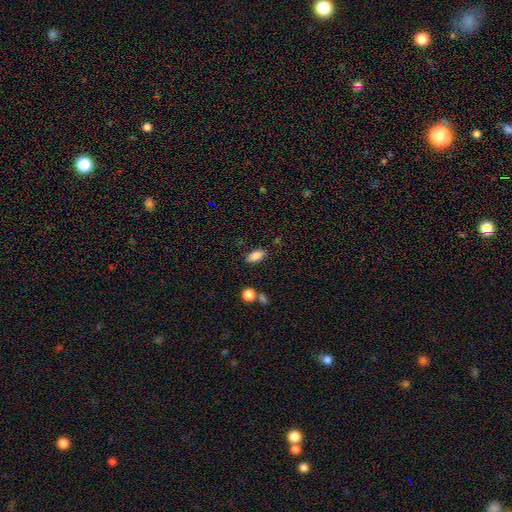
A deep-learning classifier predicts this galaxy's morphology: Smooth or featured? smooth (84%)
How rounded? in between (89%)
Merging? none (80%)